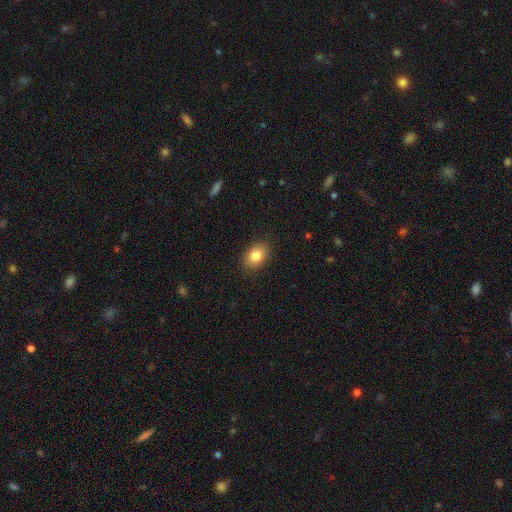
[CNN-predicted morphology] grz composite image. It shows a smooth galaxy with no disk features (83%) that is in between round and cigar-shaped (75%). Merging: none (88%).